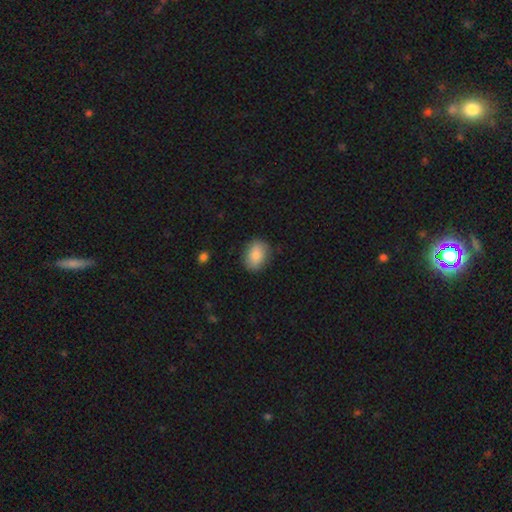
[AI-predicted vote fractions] Overall: smooth (86%). How rounded: in between (66%; round 33%). Merging: none (83%).